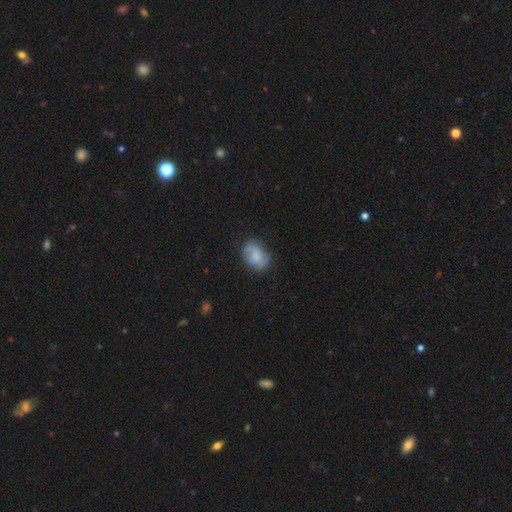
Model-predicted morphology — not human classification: smooth 73%, featured or disk 19%, star or artifact 8%. Down the decision tree: how rounded — in between (71%); merging — none (65%).